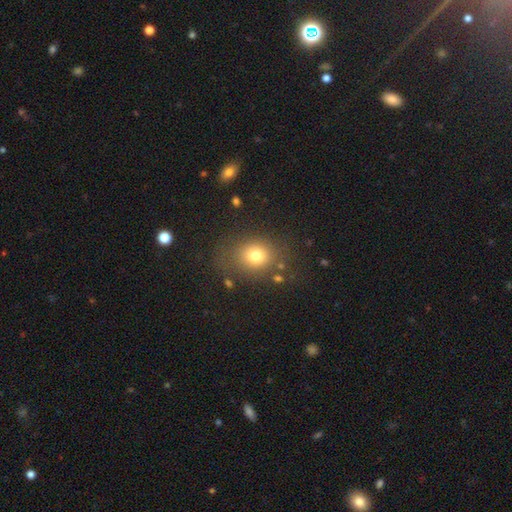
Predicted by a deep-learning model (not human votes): Overall: smooth (76%). How rounded: round (64%; in between 35%). Merging: none (74%).